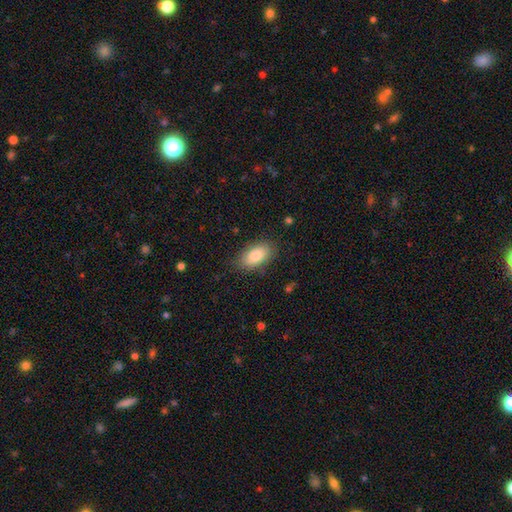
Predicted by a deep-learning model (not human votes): This is clearly a smooth galaxy (83%). How rounded: clearly in between (91%). Merging: clearly none (82%).